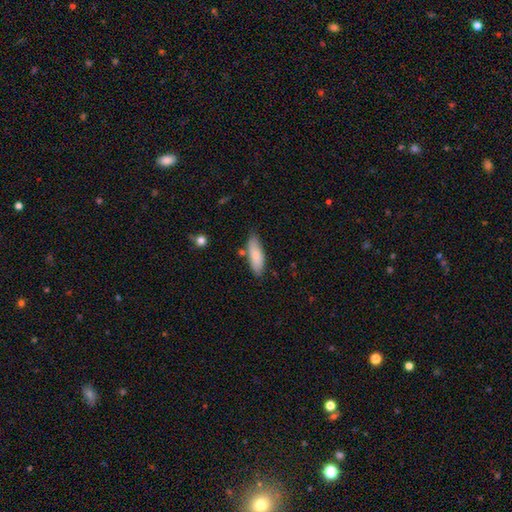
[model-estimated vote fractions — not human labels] Smooth or featured? smooth (80%)
How rounded? in between (63%)
Merging? none (76%)